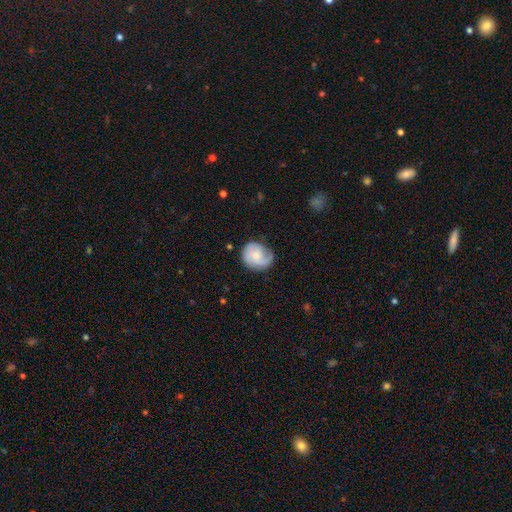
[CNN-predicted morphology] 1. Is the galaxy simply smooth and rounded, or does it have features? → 55% featured or disk, 38% smooth, 7% star or artifact.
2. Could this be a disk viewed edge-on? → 98% no, 2% yes.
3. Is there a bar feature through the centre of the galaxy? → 73% no, 24% weak, 3% strong.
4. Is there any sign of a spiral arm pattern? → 88% yes, 12% no.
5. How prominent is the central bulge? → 49% small, 37% moderate, 8% none, 4% large, 1% dominant.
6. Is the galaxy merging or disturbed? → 63% none, 24% minor disturbance, 11% major disturbance, 2% merger.